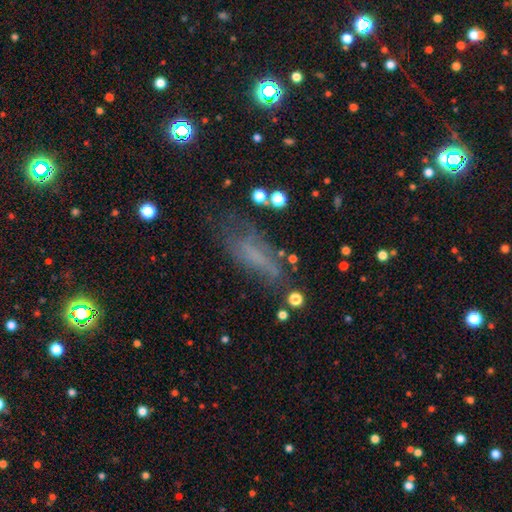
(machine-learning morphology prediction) A smooth galaxy with no disk features (44%). Merging: none (48%).